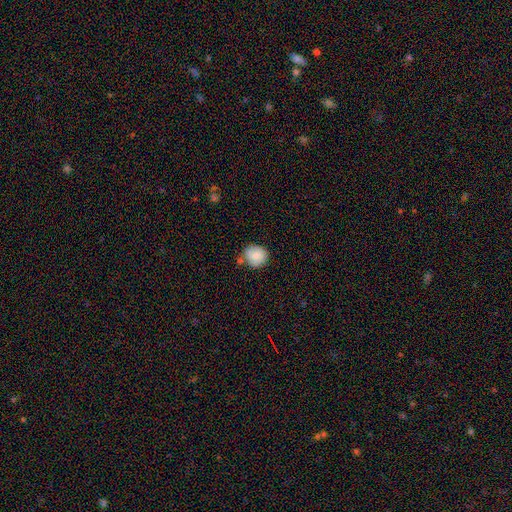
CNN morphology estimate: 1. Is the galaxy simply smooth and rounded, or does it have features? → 84% smooth, 9% featured or disk, 7% star or artifact.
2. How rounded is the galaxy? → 87% round, 12% in between, 1% cigar-shaped.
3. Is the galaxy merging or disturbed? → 70% none, 17% minor disturbance, 9% merger, 4% major disturbance.